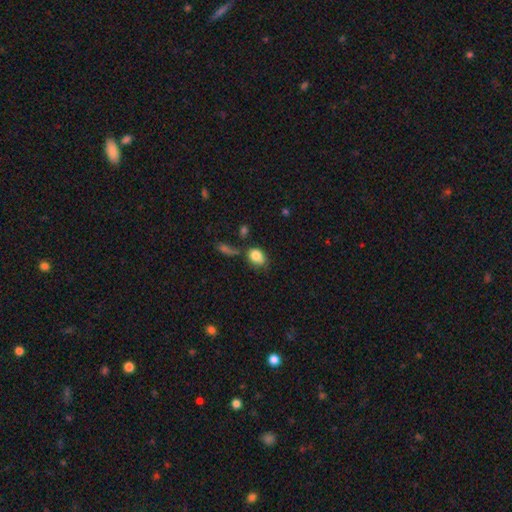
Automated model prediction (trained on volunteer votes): Morphology: type=smooth (82%); roundness=in between (72%); merging=none (47%).